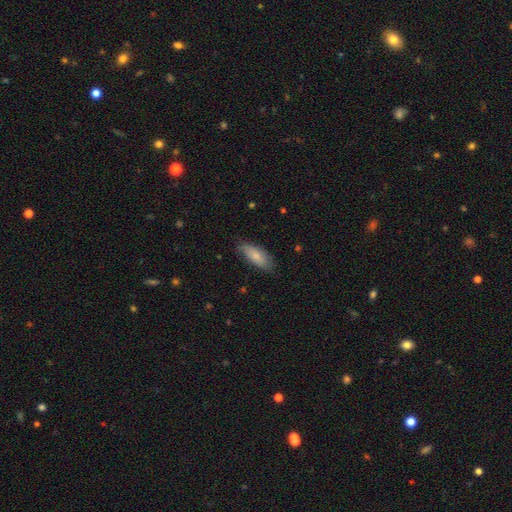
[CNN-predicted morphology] smooth 78%, featured or disk 16%, star or artifact 6%. Down the decision tree: how rounded — in between (72%); merging — none (75%).